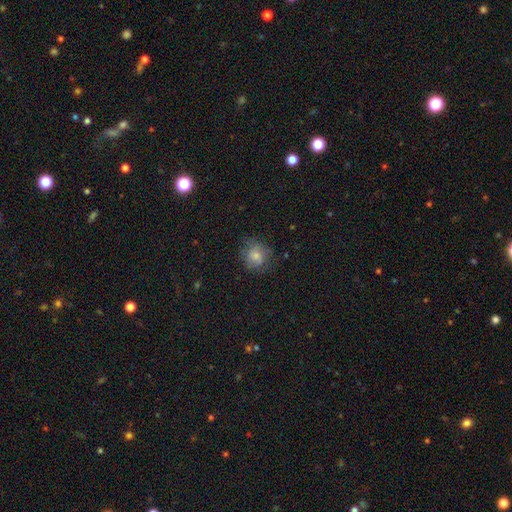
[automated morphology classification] smooth_or_featured: smooth (p=0.70) [alt: featured or disk p=0.20]
how_rounded: round (p=0.80) [alt: in between p=0.19]
merging: none (p=0.67) [alt: minor disturbance p=0.21]